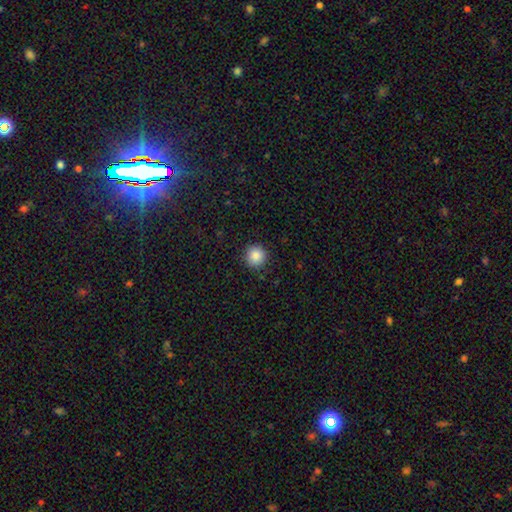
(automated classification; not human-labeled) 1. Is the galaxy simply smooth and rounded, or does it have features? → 87% smooth, 9% star or artifact, 4% featured or disk.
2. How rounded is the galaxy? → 94% round, 5% in between, 1% cigar-shaped.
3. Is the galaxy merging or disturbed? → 91% none, 6% minor disturbance, 2% major disturbance, 1% merger.